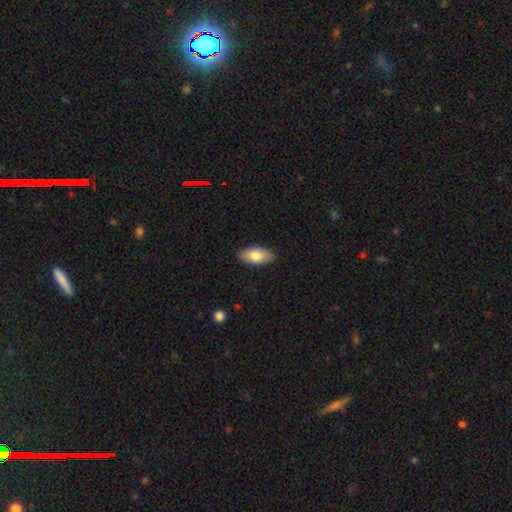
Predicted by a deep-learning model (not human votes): Overall: smooth (80%). How rounded: in between (92%). Merging: none (88%).